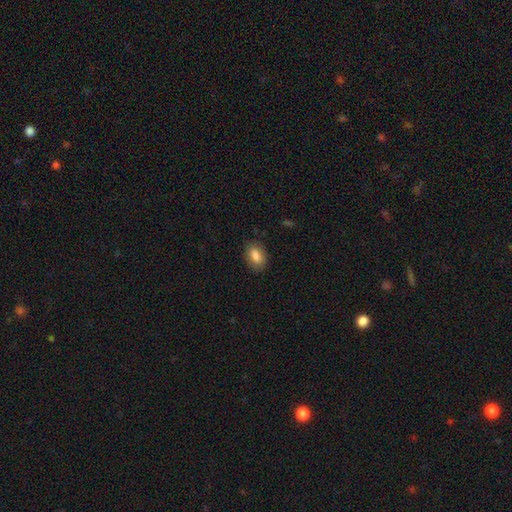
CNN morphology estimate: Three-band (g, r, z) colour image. It shows a smooth galaxy with no disk features (85%) that is in between round and cigar-shaped (87%). Merging: none (84%).